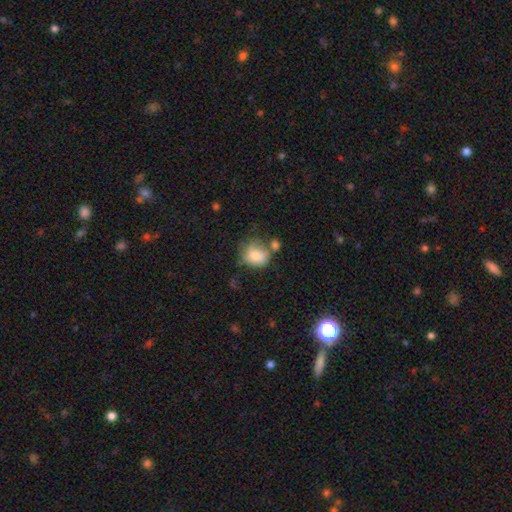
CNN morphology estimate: This is likely a smooth galaxy (77%). How rounded: possibly round (58%). Merging: marginally none (40%).